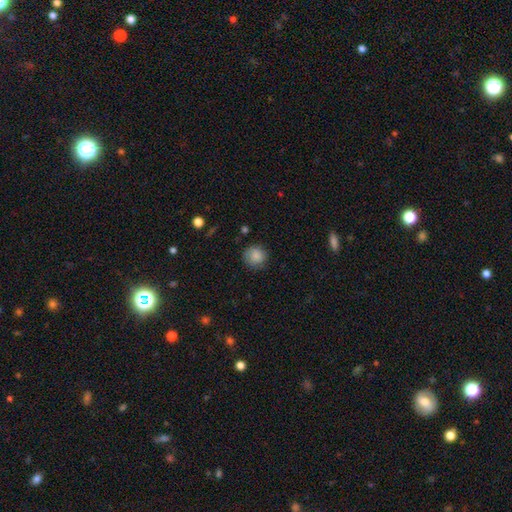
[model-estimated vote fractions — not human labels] Morphology: type=smooth (86%); roundness=round (91%); merging=none (82%).